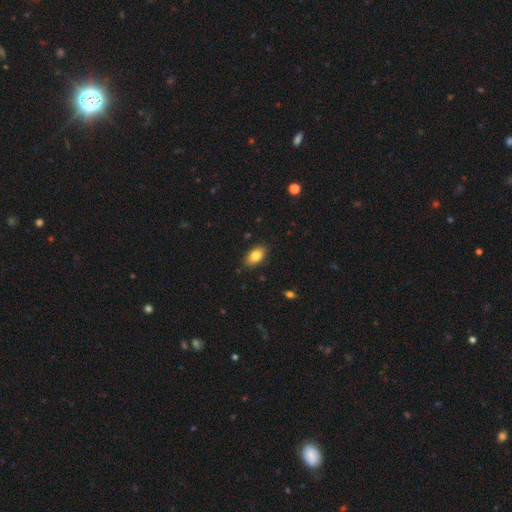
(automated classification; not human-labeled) Smooth or featured: smooth — 83% (featured or disk — 9%)
How rounded: in between — 91% (round — 6%)
Merging: none — 86% (minor disturbance — 10%)